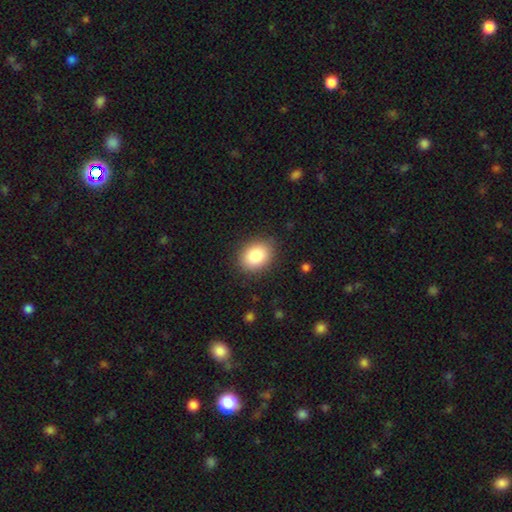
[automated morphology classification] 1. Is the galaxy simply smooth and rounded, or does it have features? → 86% smooth, 8% star or artifact, 6% featured or disk.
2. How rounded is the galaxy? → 69% in between, 31% round, 1% cigar-shaped.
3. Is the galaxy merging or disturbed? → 86% none, 10% minor disturbance, 3% major disturbance, 1% merger.